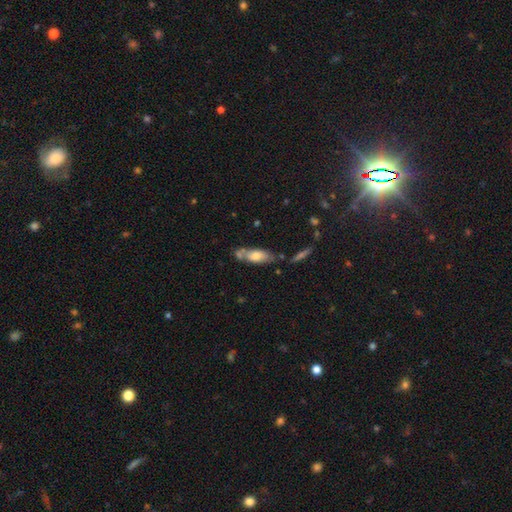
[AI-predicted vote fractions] smooth 66%, featured or disk 27%, star or artifact 7%. Down the decision tree: how rounded — in between (65%); merging — none (50%).